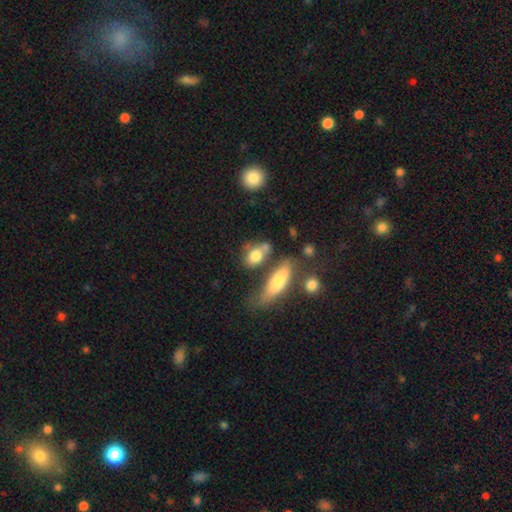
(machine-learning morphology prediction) A smooth galaxy with no disk features (77%) that is in between round and cigar-shaped (71%).

Vote fractions:
- Smooth or featured? smooth: 77% / featured or disk: 15% / star or artifact: 8%
- How rounded? in between: 71% / round: 21% / cigar-shaped: 8%
- Merging? none: 45% / merger: 28% / minor disturbance: 18% / major disturbance: 8%